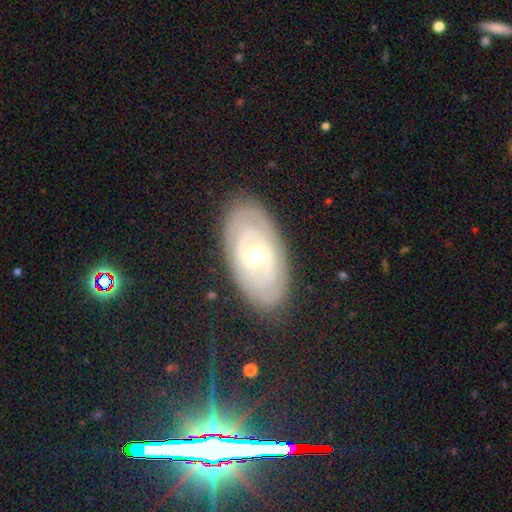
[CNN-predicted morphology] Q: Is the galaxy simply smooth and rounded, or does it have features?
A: featured or disk — 77%.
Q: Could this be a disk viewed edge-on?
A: no — 92%.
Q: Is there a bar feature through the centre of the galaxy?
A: no — 54%.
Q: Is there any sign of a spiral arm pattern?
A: yes — 72%.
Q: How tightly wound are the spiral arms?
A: tight — 77%.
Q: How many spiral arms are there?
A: can't tell — 54%.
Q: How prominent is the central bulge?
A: moderate — 68%.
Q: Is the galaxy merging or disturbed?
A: none — 83%.